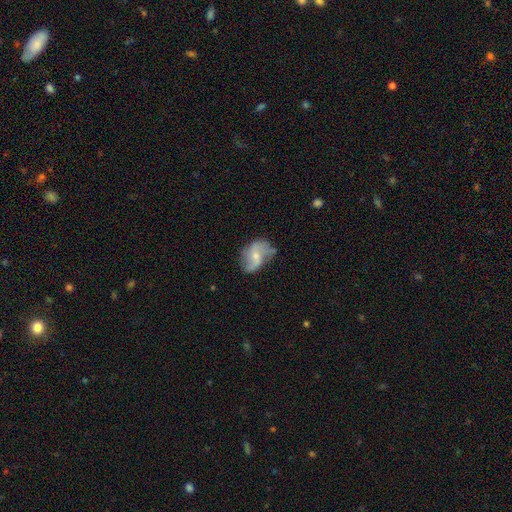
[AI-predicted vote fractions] The model was most divided on "bar": no: 45%, weak: 43%, strong: 12%. More confident: edge-on disk — no (97%); spiral arms — yes (84%); spiral arm count — 2 (81%); spiral winding — loose (66%); smooth or featured — featured or disk (65%); bulge size — small (57%); merging — none (52%).